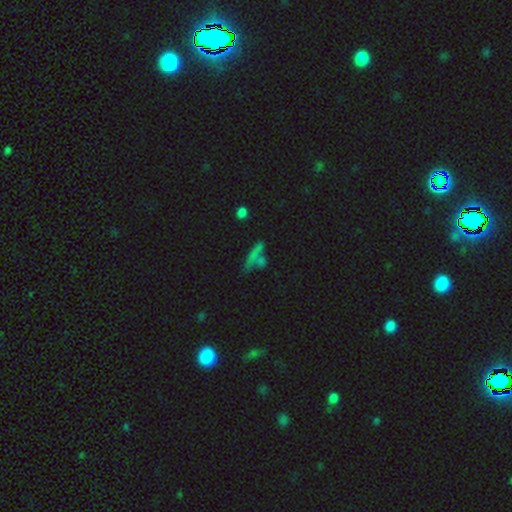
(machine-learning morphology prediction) smooth_or_featured: smooth (p=0.55) [alt: star or artifact p=0.25]
how_rounded: cigar-shaped (p=0.47) [alt: in between p=0.39]
merging: none (p=0.43) [alt: merger p=0.29]